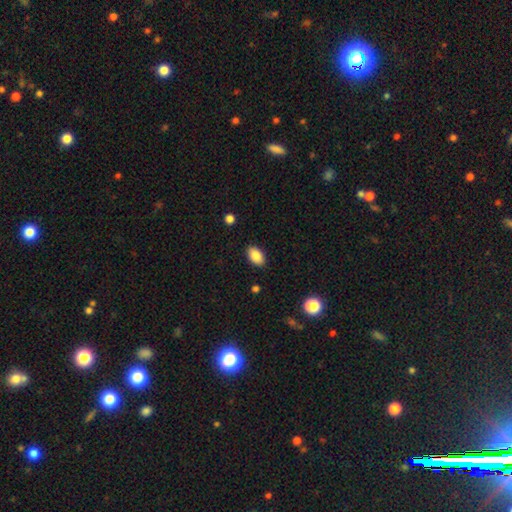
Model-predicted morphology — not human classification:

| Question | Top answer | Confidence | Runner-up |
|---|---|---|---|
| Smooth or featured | smooth | 86% | star or artifact (8%) |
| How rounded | in between | 92% | round (7%) |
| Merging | none | 88% | minor disturbance (9%) |